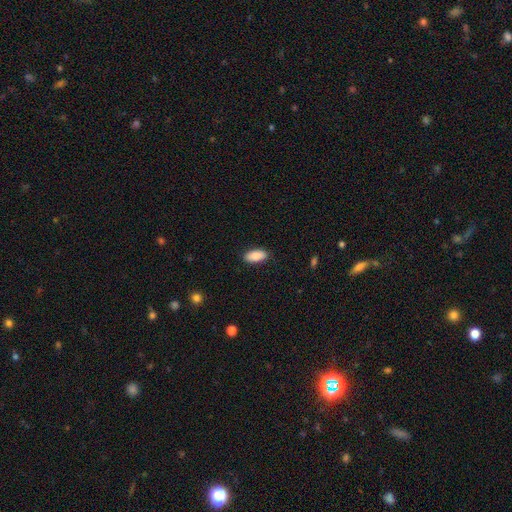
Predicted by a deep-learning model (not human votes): The model was most divided on "smooth or featured": smooth: 85%, featured or disk: 9%, star or artifact: 6%. More confident: how rounded — in between (90%); merging — none (88%).